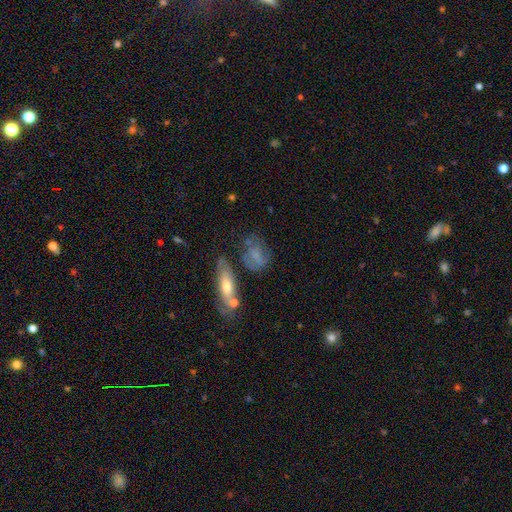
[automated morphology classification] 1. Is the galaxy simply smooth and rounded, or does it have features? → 57% smooth, 31% featured or disk, 12% star or artifact.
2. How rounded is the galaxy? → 58% in between, 33% round, 9% cigar-shaped.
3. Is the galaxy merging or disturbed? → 52% none, 24% minor disturbance, 13% major disturbance, 10% merger.